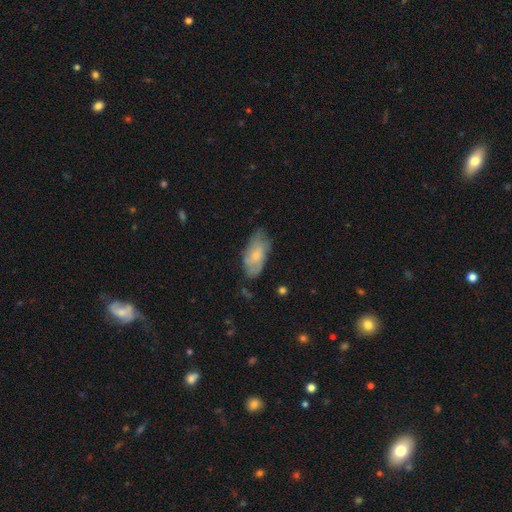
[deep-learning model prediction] This appears to be a smooth galaxy with no disk features (59%) that is in between round and cigar-shaped (90%). Merging: none (62%).